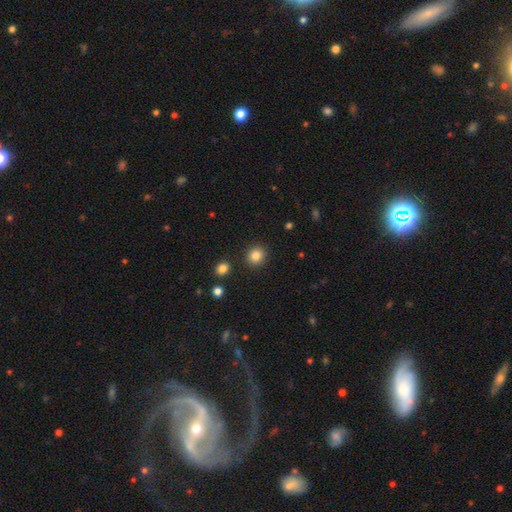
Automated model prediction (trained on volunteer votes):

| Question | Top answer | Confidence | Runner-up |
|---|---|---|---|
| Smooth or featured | smooth | 84% | star or artifact (10%) |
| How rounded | round | 85% | in between (14%) |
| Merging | none | 90% | minor disturbance (6%) |